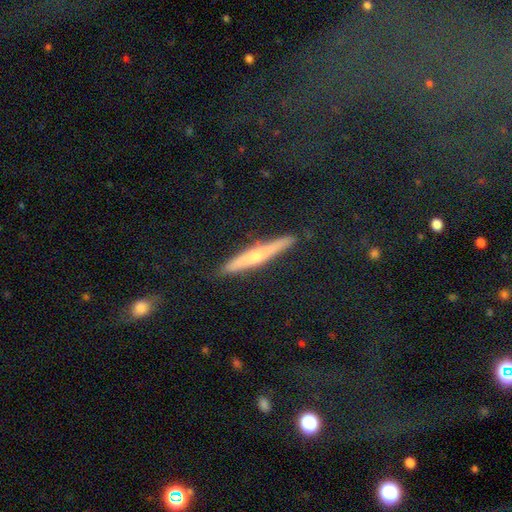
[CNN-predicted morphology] Q: Smooth or featured?
A: featured or disk (64%); runner-up: smooth (25%)
Q: Edge-on disk?
A: yes (95%); runner-up: no (5%)
Q: Edge-on bulge?
A: rounded (84%); runner-up: none (12%)
Q: Merging?
A: none (88%); runner-up: minor disturbance (8%)